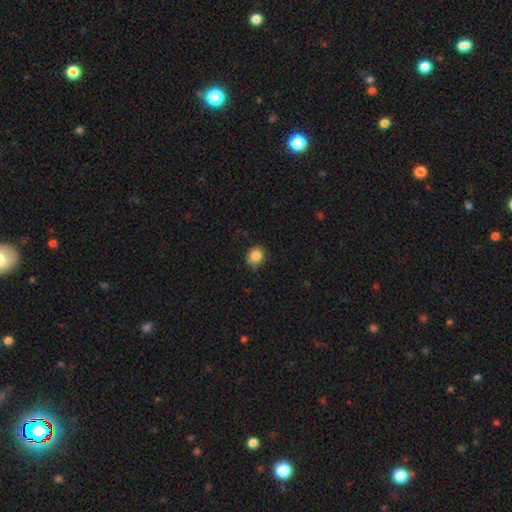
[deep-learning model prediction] smooth 85%, star or artifact 10%, featured or disk 5%. Down the decision tree: how rounded — round (72%); merging — none (76%).